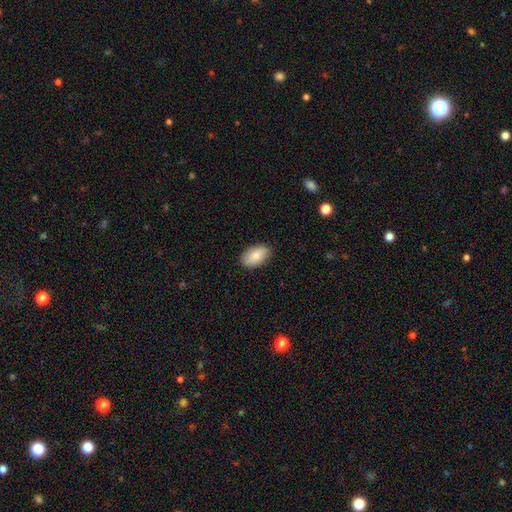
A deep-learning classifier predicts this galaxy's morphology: smooth_or_featured: smooth (p=0.83) [alt: featured or disk p=0.11]
how_rounded: in between (p=0.94) [alt: round p=0.05]
merging: none (p=0.85) [alt: minor disturbance p=0.12]